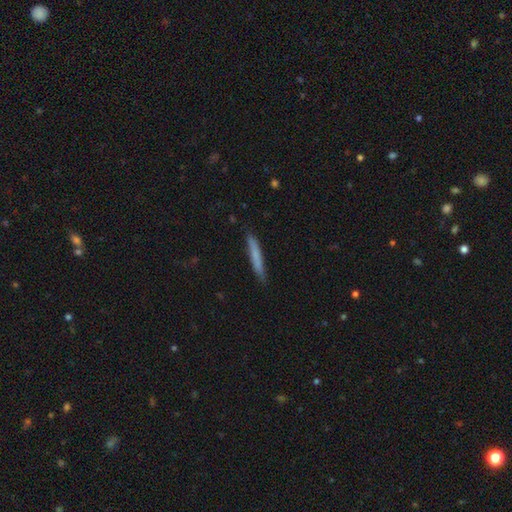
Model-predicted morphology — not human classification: type=smooth (73%); roundness=cigar-shaped (96%); merging=none (86%).